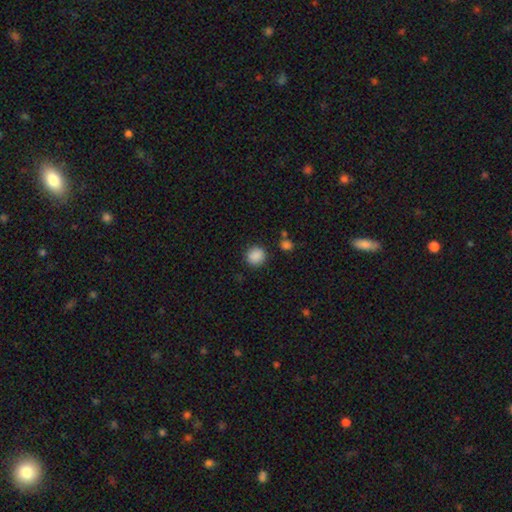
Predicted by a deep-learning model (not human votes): Smooth or featured: smooth — 88% (star or artifact — 9%)
How rounded: round — 87% (in between — 12%)
Merging: none — 87% (minor disturbance — 8%)